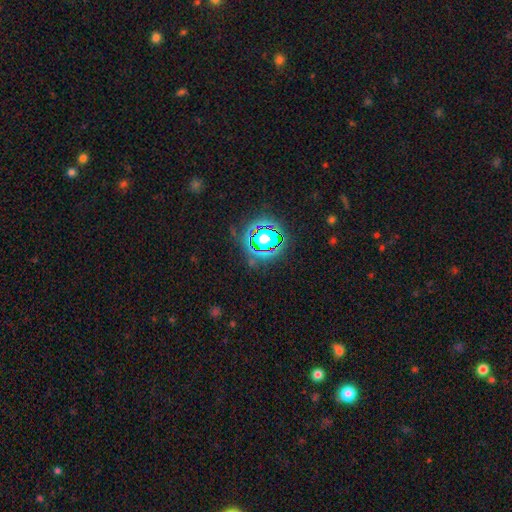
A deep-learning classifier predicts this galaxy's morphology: type=star or artifact (79%).